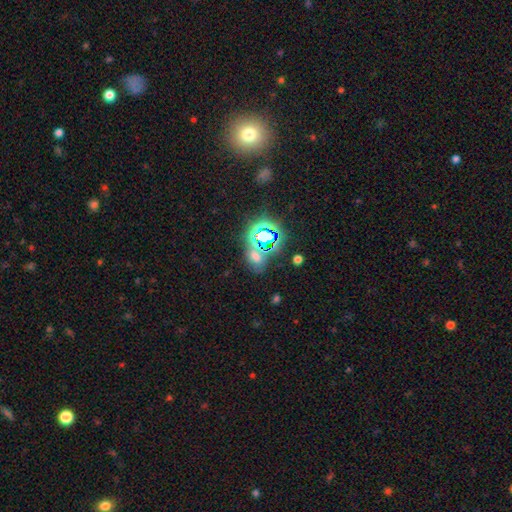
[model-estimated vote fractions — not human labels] Smooth or featured: star or artifact — 52% (smooth — 38%)